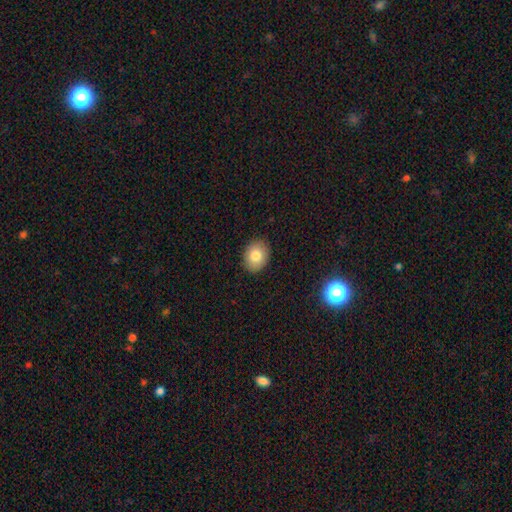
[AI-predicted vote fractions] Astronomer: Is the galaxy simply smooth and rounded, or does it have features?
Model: smooth — 80%.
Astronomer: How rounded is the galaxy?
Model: in between — 60% (runner-up: round, 39%).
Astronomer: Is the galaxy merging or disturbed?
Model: none — 89%.